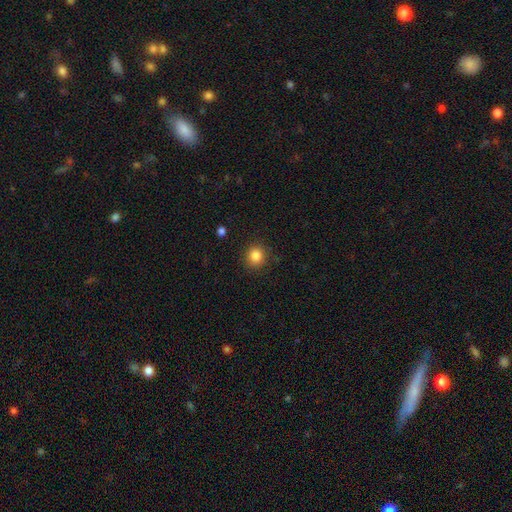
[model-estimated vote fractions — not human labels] Smooth or featured: smooth — 84% (star or artifact — 11%)
How rounded: round — 85% (in between — 14%)
Merging: none — 89% (minor disturbance — 8%)